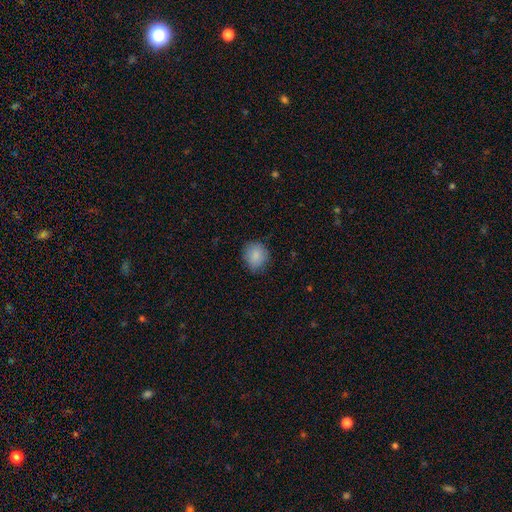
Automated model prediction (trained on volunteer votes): A smooth galaxy with no disk features (85%) that is round (73%). Merging: none (75%).